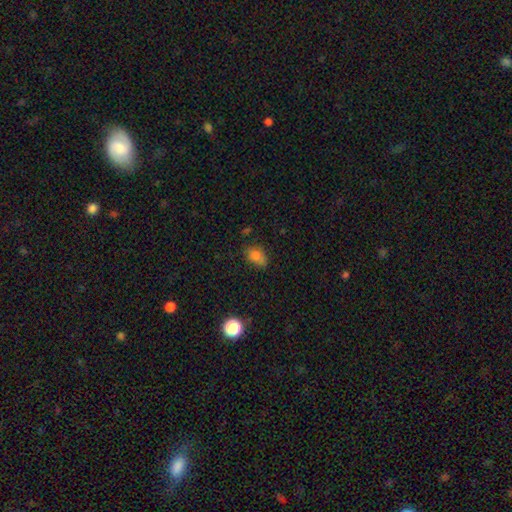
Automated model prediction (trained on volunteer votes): This appears to be a smooth galaxy with no disk features (81%) that is in between round and cigar-shaped (81%). Merging: none (67%).